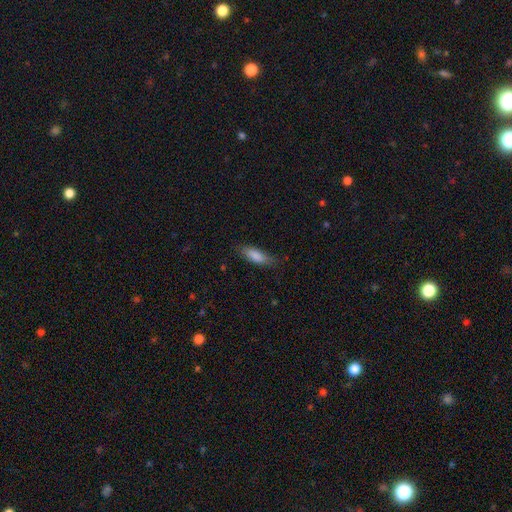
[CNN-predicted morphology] Smooth or featured: smooth — 85% (featured or disk — 9%)
How rounded: in between — 61% (cigar-shaped — 37%)
Merging: none — 76% (minor disturbance — 19%)